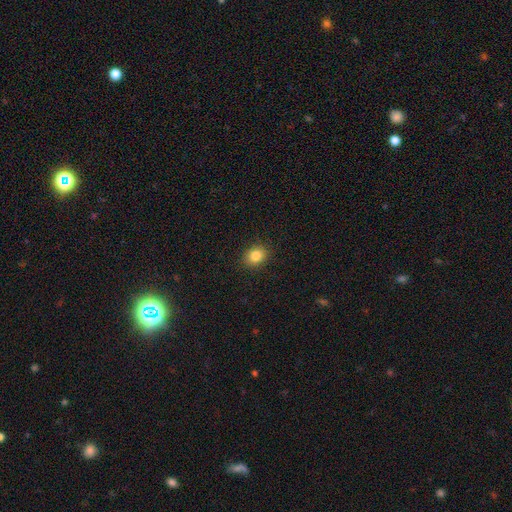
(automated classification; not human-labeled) This is clearly a smooth galaxy (84%). How rounded: possibly round (52%). Merging: clearly none (90%).